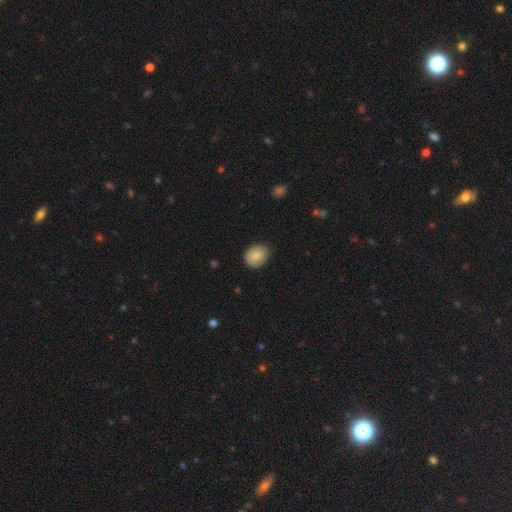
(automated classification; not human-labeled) A smooth galaxy with no disk features (82%) that is round (54%).

Vote fractions:
- Smooth or featured? smooth: 82% / featured or disk: 11% / star or artifact: 7%
- How rounded? round: 54% / in between: 45% / cigar-shaped: 1%
- Merging? none: 80% / minor disturbance: 16% / major disturbance: 3% / merger: 1%